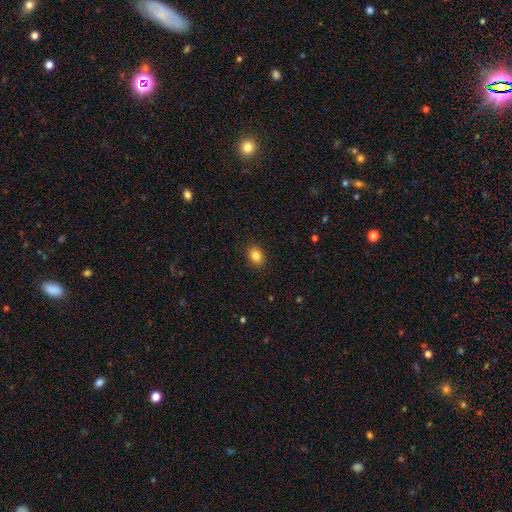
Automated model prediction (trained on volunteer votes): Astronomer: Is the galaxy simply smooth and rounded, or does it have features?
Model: smooth — 85%.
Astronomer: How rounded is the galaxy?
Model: in between — 62%.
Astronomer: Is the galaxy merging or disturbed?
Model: none — 89%.